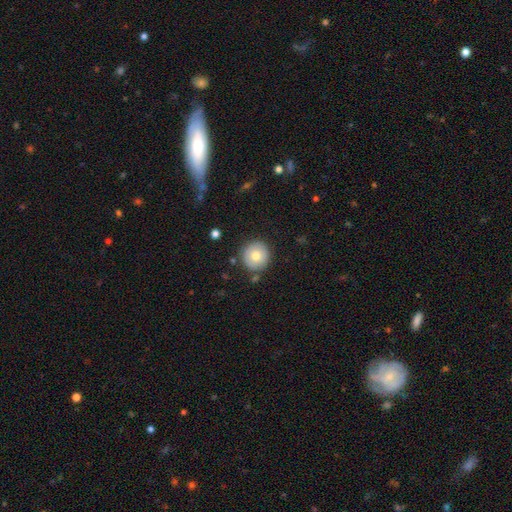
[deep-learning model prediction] smooth 73%, featured or disk 18%, star or artifact 9%. Down the decision tree: how rounded — round (95%); merging — none (86%).